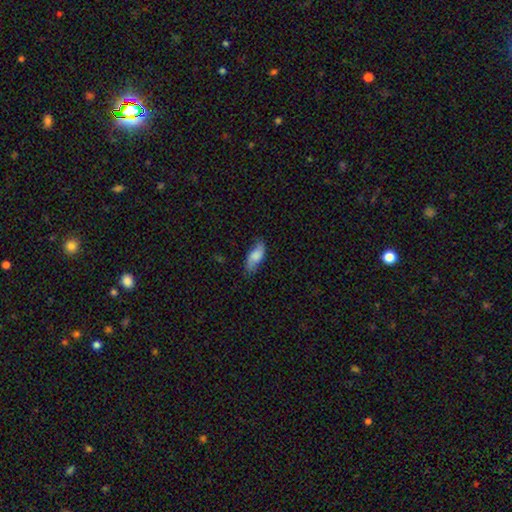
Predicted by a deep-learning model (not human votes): Q: Smooth or featured?
A: smooth (65%); runner-up: featured or disk (27%)
Q: How rounded?
A: in between (83%); runner-up: cigar-shaped (15%)
Q: Merging?
A: none (73%); runner-up: minor disturbance (20%)